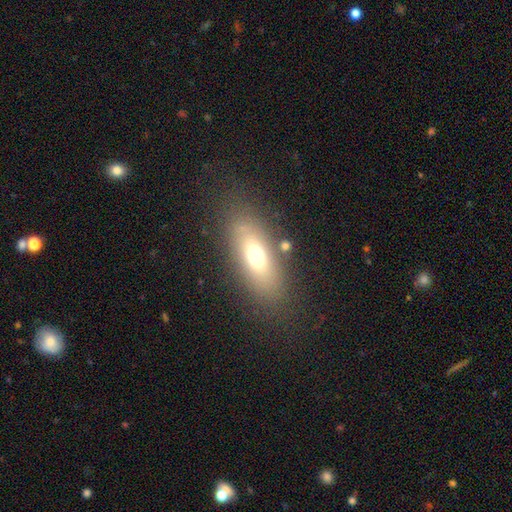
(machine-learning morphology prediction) This appears to be a smooth galaxy with no disk features (64%) that is in between round and cigar-shaped (74%). Merging: none (78%).